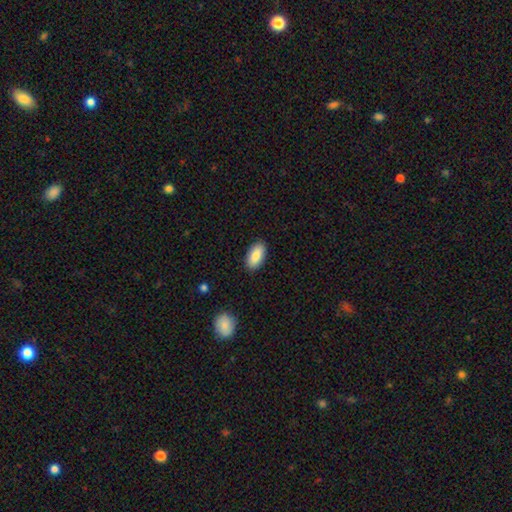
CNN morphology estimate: smooth_or_featured: smooth (p=0.85) [alt: featured or disk p=0.09]
how_rounded: in between (p=0.93) [alt: cigar-shaped p=0.04]
merging: none (p=0.89) [alt: minor disturbance p=0.08]